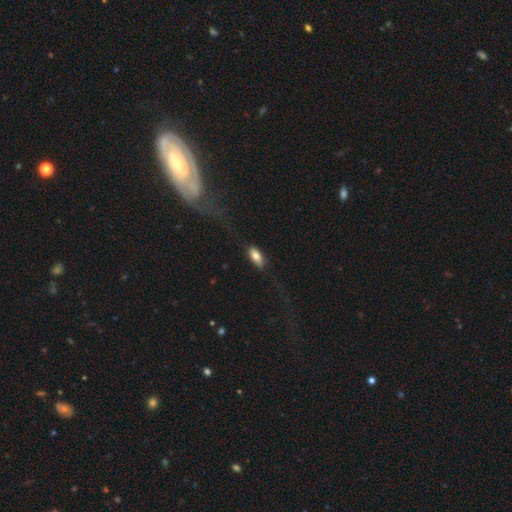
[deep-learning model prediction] This is likely a smooth galaxy (75%). How rounded: clearly in between (83%). Merging: likely none (70%).